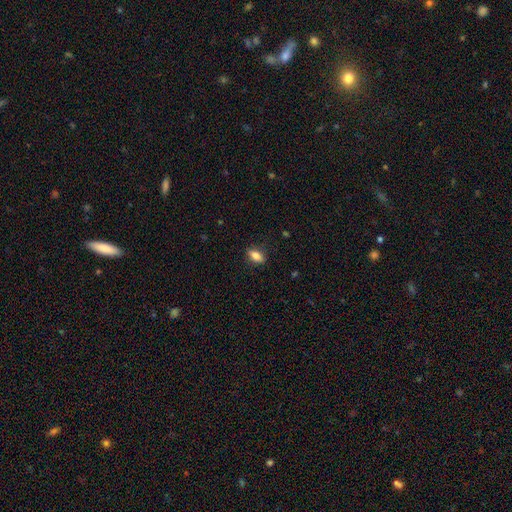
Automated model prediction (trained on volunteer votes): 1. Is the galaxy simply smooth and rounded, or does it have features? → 78% smooth, 14% featured or disk, 8% star or artifact.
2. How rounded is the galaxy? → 81% in between, 12% cigar-shaped, 7% round.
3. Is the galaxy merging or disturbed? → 85% none, 11% minor disturbance, 3% major disturbance, 1% merger.